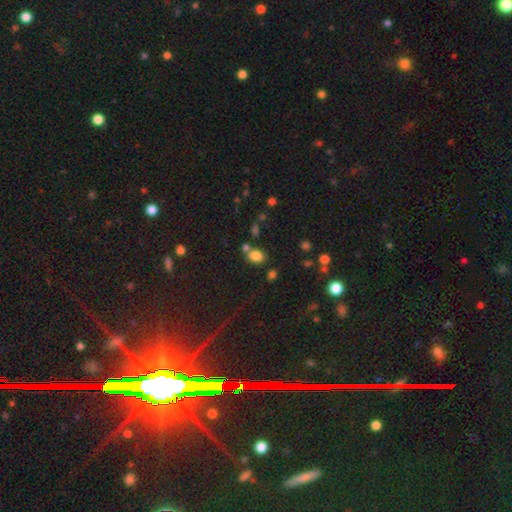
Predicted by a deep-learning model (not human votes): This is likely a smooth galaxy (80%). How rounded: likely in between (62%). Merging: likely none (62%).